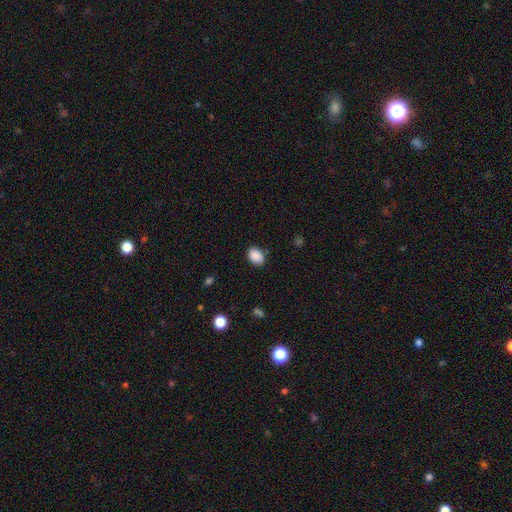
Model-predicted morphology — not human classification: This is clearly a smooth galaxy (89%). How rounded: likely in between (76%). Merging: clearly none (83%).